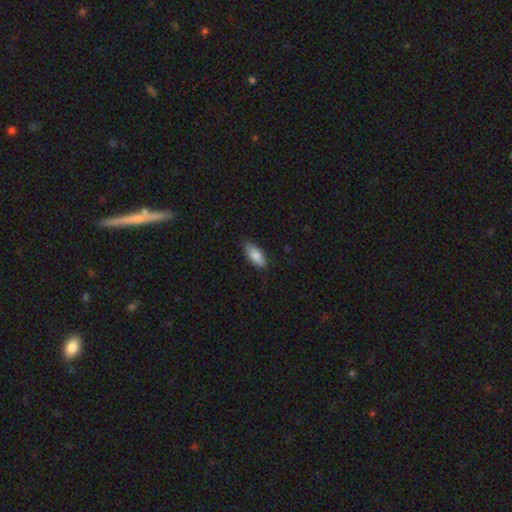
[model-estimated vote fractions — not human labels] smooth 87%, featured or disk 7%, star or artifact 6%. Down the decision tree: how rounded — in between (82%); merging — none (84%).